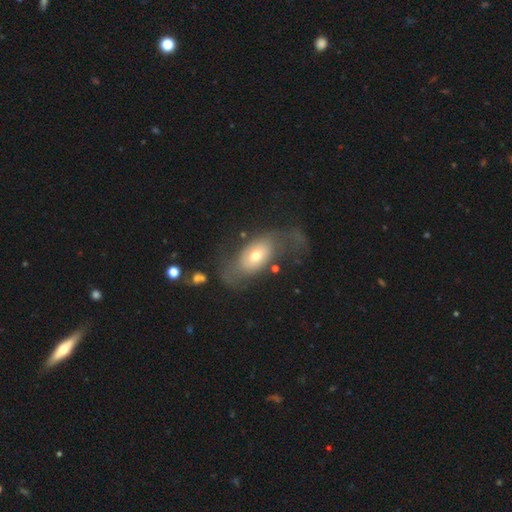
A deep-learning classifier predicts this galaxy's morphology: This is possibly a featured or disk galaxy (47%). Merging: marginally none (38%).